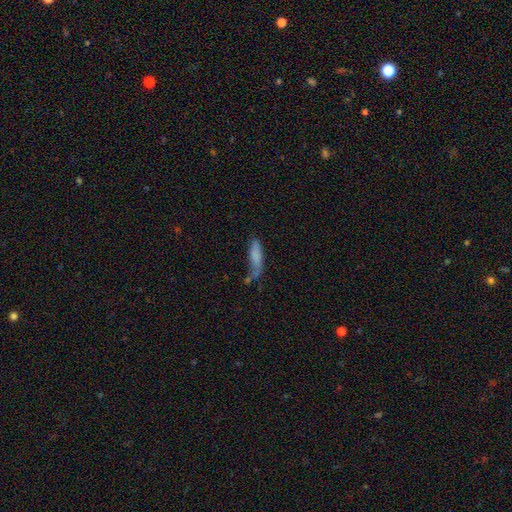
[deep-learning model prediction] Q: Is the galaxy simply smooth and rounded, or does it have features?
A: smooth — 75%.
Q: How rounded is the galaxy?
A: cigar-shaped — 56%.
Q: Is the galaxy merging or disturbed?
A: none — 40%.